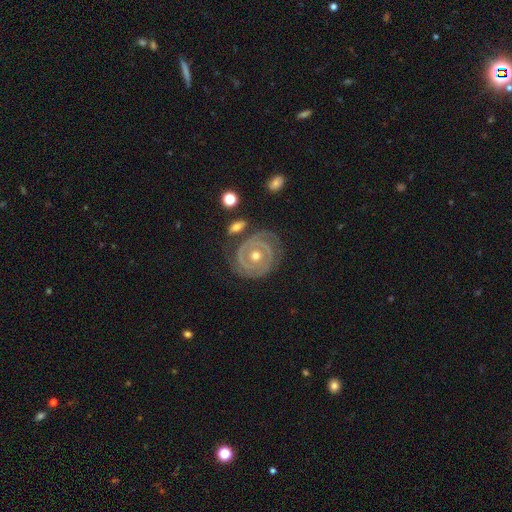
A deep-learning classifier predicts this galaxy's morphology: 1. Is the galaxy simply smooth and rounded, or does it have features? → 89% featured or disk, 6% smooth, 5% star or artifact.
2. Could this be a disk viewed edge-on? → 97% no, 3% yes.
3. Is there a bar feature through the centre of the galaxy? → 74% no, 17% weak, 9% strong.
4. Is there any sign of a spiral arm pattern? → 95% yes, 5% no.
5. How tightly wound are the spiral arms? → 83% tight, 14% medium, 3% loose.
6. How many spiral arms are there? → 76% 2, 8% can't tell, 7% 3, 4% 1, 2% 4, 2% more than 4.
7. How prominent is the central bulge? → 66% moderate, 30% small, 2% large, 1% none, 1% dominant.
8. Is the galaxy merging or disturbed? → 78% none, 13% minor disturbance, 5% major disturbance, 4% merger.